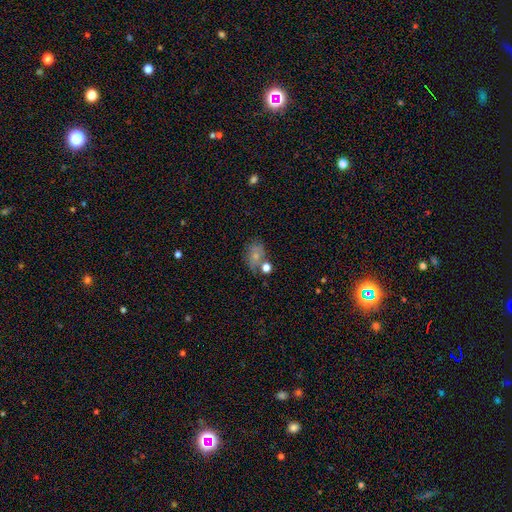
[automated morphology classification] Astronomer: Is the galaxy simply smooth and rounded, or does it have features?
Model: smooth — 67%.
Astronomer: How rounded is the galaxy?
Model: in between — 69%.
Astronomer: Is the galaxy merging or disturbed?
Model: none — 46% (runner-up: merger, 22%).